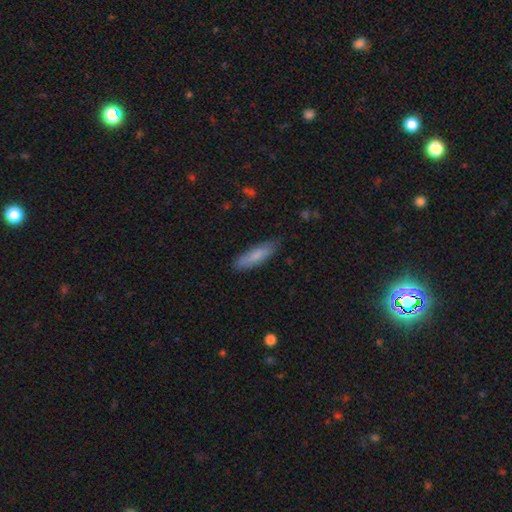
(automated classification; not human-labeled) Q: Smooth or featured?
A: smooth (78%); runner-up: featured or disk (16%)
Q: How rounded?
A: cigar-shaped (62%); runner-up: in between (36%)
Q: Merging?
A: none (81%); runner-up: minor disturbance (15%)